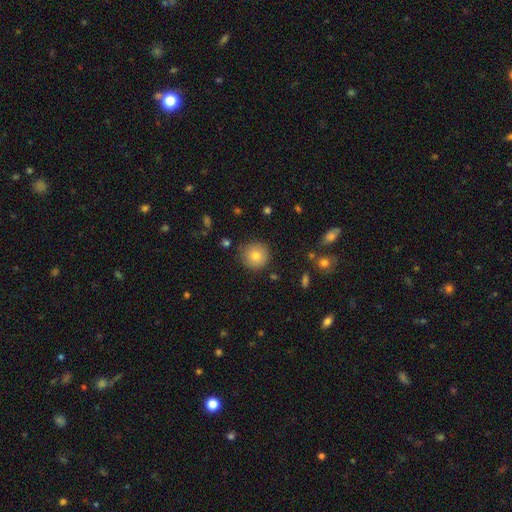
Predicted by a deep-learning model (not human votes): Smooth or featured: smooth — 77% (featured or disk — 13%)
How rounded: round — 95% (in between — 4%)
Merging: none — 86% (minor disturbance — 10%)